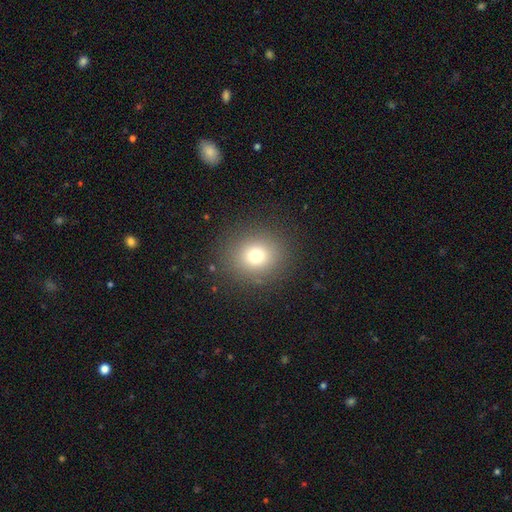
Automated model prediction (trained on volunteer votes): A smooth galaxy with no disk features (73%) that is round (84%). Merging: none (87%).